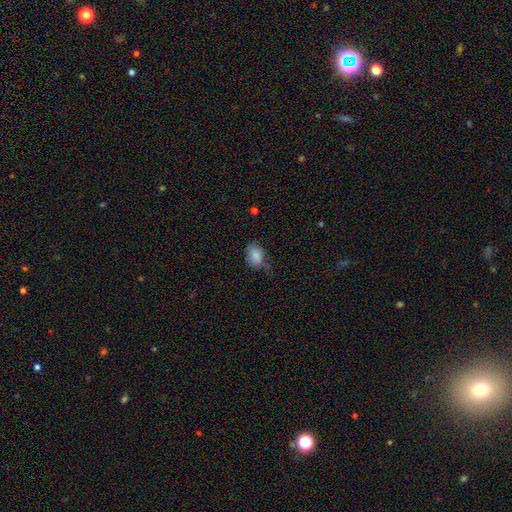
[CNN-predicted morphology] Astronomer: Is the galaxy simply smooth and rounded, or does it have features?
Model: smooth — 85%.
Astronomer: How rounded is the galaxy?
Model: in between — 73%.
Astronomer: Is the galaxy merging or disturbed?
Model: none — 54% (runner-up: minor disturbance, 34%).